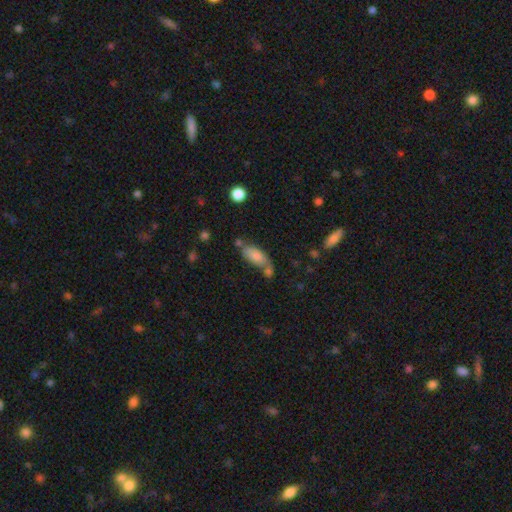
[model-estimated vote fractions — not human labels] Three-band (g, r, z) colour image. It shows a smooth galaxy with no disk features (80%) that is in between round and cigar-shaped (85%). Merging: none (46%).